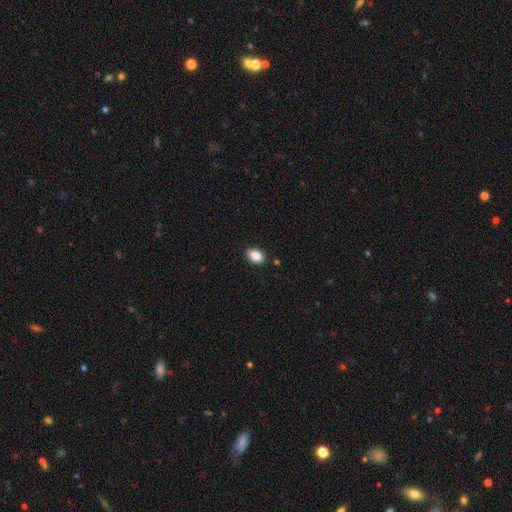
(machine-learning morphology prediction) smooth_or_featured: smooth (p=0.87) [alt: star or artifact p=0.09]
how_rounded: in between (p=0.75) [alt: round p=0.24]
merging: none (p=0.88) [alt: minor disturbance p=0.09]